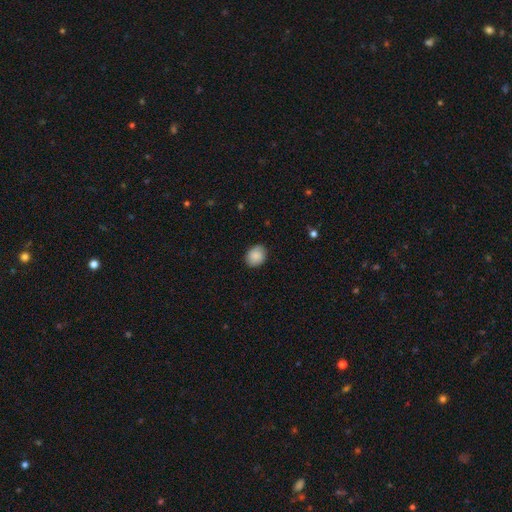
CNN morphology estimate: Smooth or featured? Predicted: smooth (p=0.88). How rounded? Predicted: round (p=0.53). Merging? Predicted: none (p=0.85).